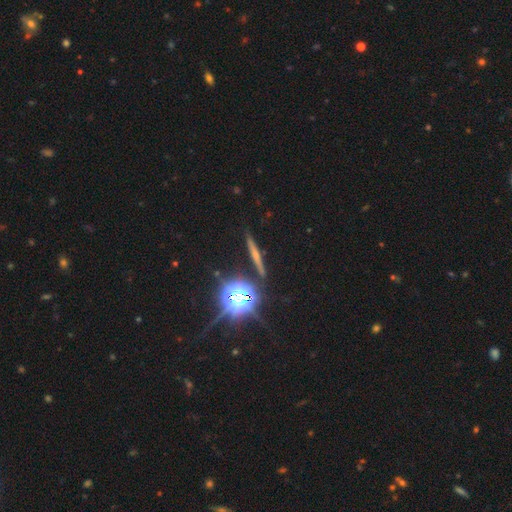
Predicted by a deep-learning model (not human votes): Smooth or featured? featured or disk (42%)
Merging? none (88%)